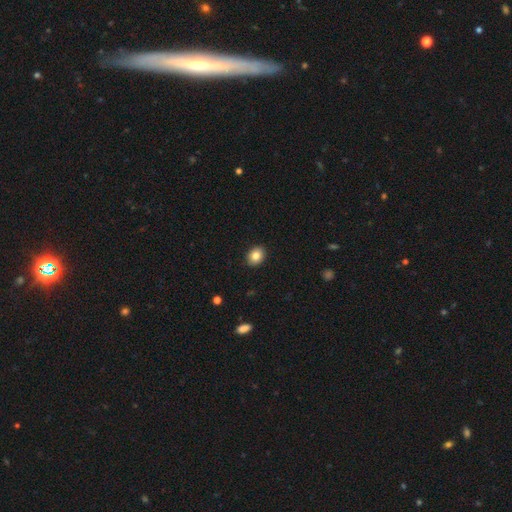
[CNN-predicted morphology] A smooth galaxy with no disk features (83%) that is in between round and cigar-shaped (65%). Merging: none (90%).